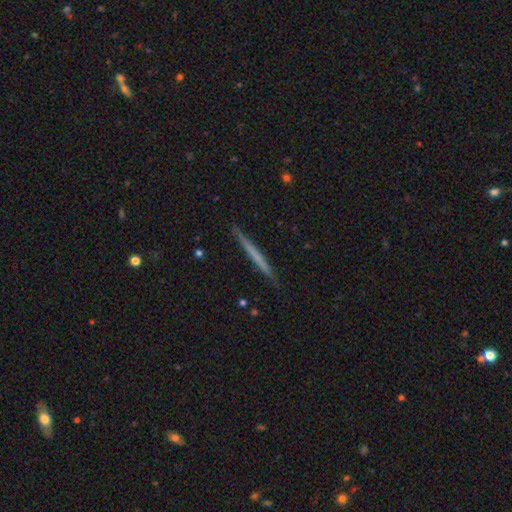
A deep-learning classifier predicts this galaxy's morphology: Smooth or featured?
  - smooth: 50% *
  - featured or disk: 44%
  - star or artifact: 6%
How rounded?
  - cigar-shaped: 97% *
  - in between: 2%
  - round: 1%
Merging?
  - none: 90% *
  - minor disturbance: 8%
  - major disturbance: 1%
  - merger: 1%